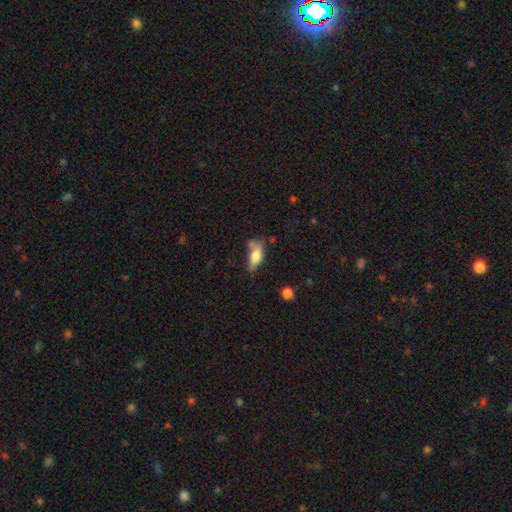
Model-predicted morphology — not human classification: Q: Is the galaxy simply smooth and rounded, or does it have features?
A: smooth — 72%.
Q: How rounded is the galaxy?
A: in between — 73%.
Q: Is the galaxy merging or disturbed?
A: none — 44%.